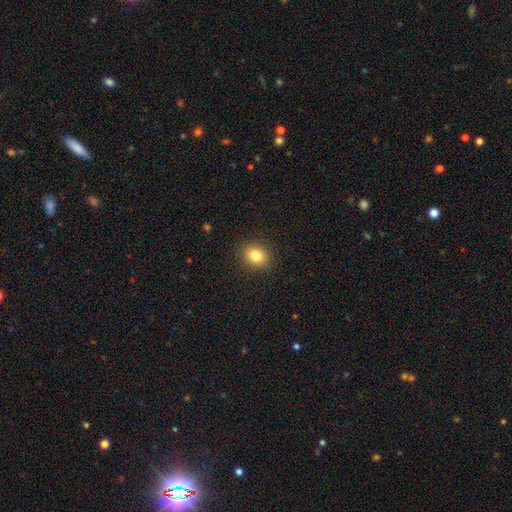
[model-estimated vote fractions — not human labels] Morphology: type=smooth (83%); roundness=round (56%); merging=none (89%).